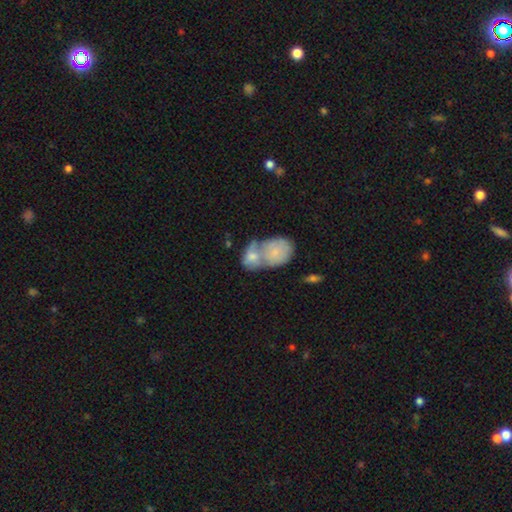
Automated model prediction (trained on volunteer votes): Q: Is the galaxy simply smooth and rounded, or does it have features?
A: smooth — 65%.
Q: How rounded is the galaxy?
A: in between — 71%.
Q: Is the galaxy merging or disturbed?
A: merger — 69%.